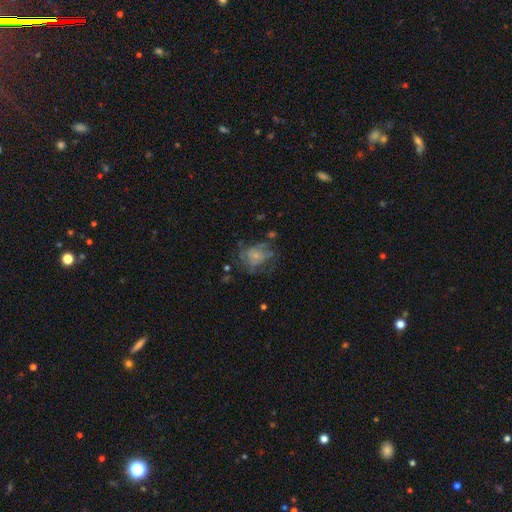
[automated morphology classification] featured or disk 45%, smooth 44%, star or artifact 11%. Down the decision tree: merging — none (44%).